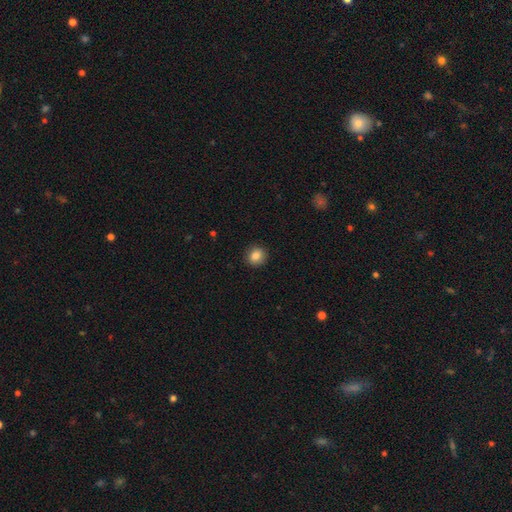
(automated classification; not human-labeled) Morphology: type=smooth (85%); roundness=round (84%); merging=none (91%).